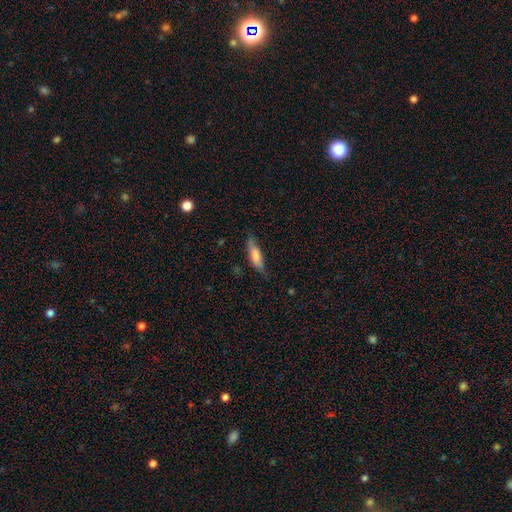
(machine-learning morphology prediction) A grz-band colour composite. It shows a smooth galaxy with no disk features (75%) that is cigar-shaped (60%). Merging: none (72%).